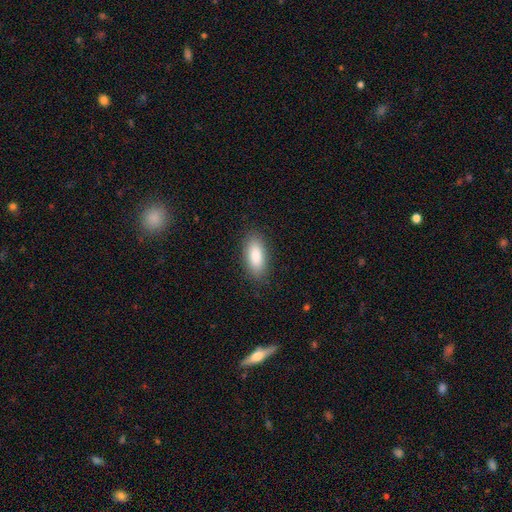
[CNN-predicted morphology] smooth-or-featured: smooth: 86% | featured or disk: 7% | star or artifact: 6%
  how-rounded: in between: 85% | cigar-shaped: 13% | round: 2%
  merging: none: 87% | minor disturbance: 10% | major disturbance: 3% | merger: 1%